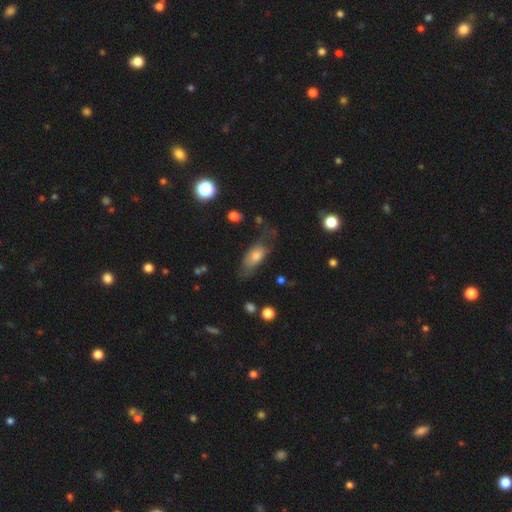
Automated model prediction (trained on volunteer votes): Q: Smooth or featured?
A: smooth (64%); runner-up: featured or disk (27%)
Q: How rounded?
A: in between (79%); runner-up: cigar-shaped (17%)
Q: Merging?
A: none (50%); runner-up: minor disturbance (28%)